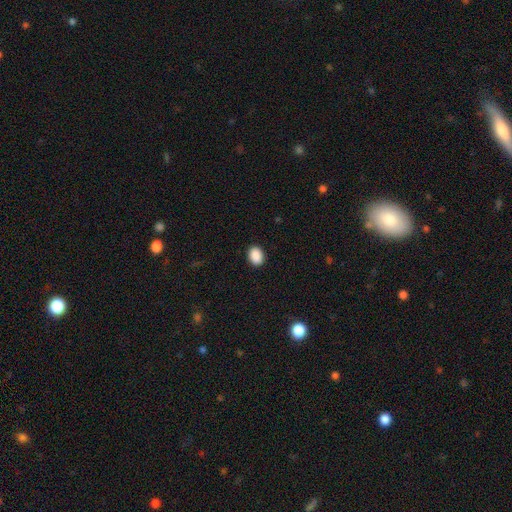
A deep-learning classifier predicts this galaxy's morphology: Smooth or featured? Predicted: smooth (p=0.90). How rounded? Predicted: in between (p=0.74). Merging? Predicted: none (p=0.90).